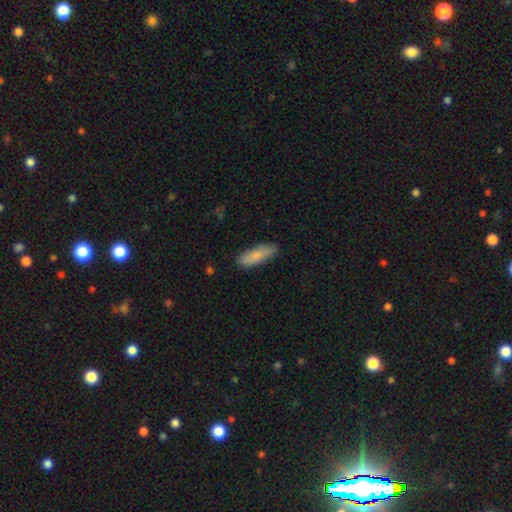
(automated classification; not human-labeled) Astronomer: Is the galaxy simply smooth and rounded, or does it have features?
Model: smooth — 81%.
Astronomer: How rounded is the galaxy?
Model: in between — 57% (runner-up: cigar-shaped, 41%).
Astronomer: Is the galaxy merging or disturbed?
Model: none — 80%.